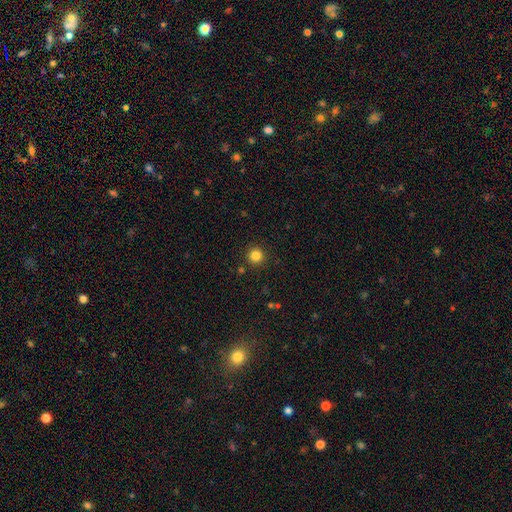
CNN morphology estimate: This appears to be a smooth galaxy with no disk features (83%) that is round (95%). Merging: none (91%).